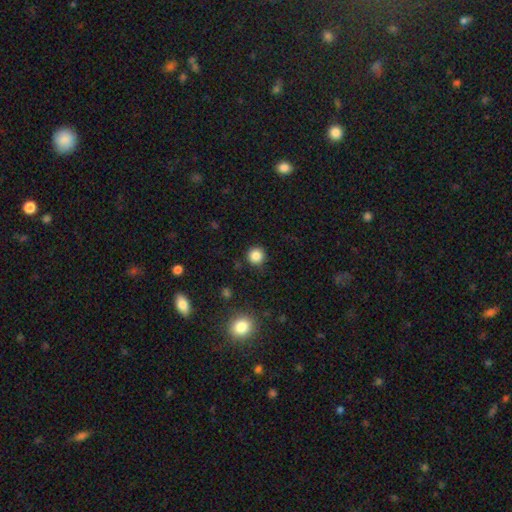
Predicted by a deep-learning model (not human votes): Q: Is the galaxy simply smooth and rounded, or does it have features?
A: smooth — 85%.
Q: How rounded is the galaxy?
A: round — 94%.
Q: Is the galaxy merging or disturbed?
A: none — 89%.